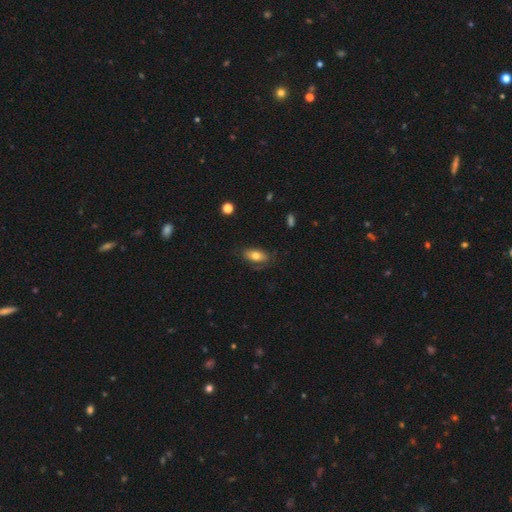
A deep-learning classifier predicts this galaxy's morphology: Overall: smooth (70%). How rounded: in between (87%). Merging: none (72%).